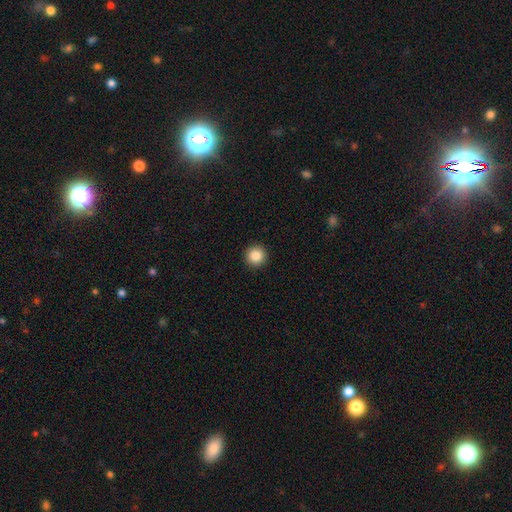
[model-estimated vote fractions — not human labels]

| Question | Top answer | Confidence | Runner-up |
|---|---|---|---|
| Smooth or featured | smooth | 85% | star or artifact (10%) |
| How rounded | round | 96% | in between (3%) |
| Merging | none | 93% | minor disturbance (4%) |